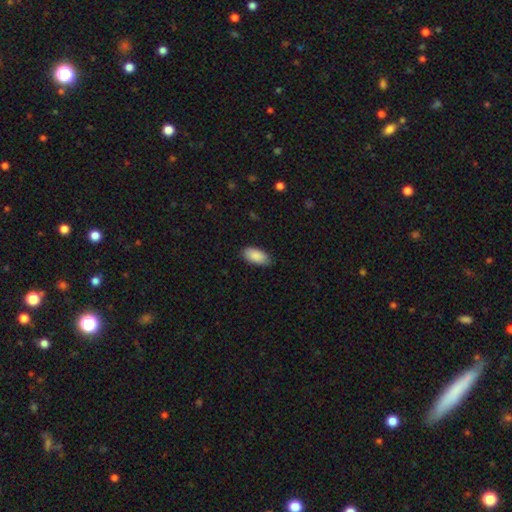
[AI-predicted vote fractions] A smooth galaxy with no disk features (90%) that is in between round and cigar-shaped (93%). Merging: none (84%).